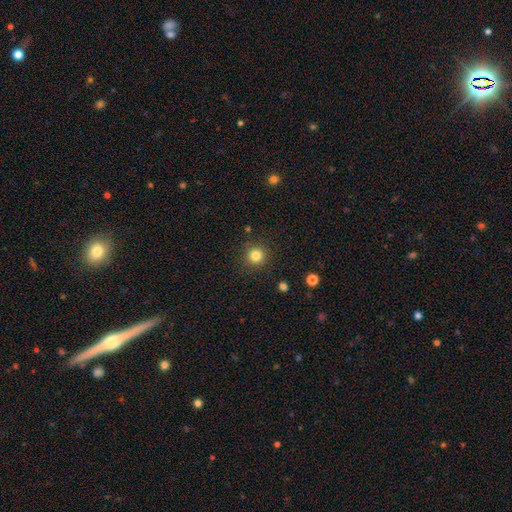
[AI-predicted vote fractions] Q: Smooth or featured?
A: smooth (83%); runner-up: star or artifact (12%)
Q: How rounded?
A: round (94%); runner-up: in between (5%)
Q: Merging?
A: none (89%); runner-up: minor disturbance (7%)